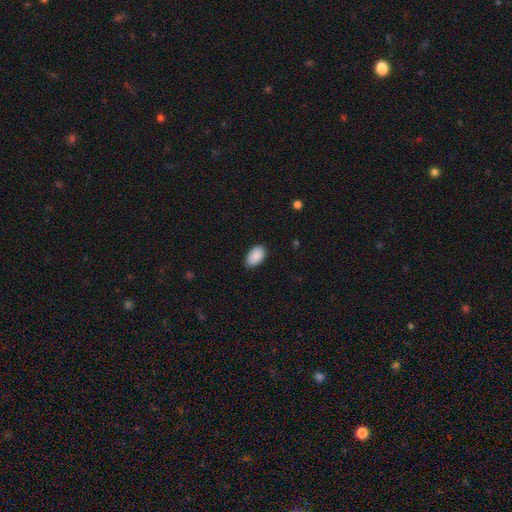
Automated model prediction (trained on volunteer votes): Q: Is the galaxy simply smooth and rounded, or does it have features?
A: smooth — 89%.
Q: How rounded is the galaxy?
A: in between — 94%.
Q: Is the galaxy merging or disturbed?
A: none — 82%.